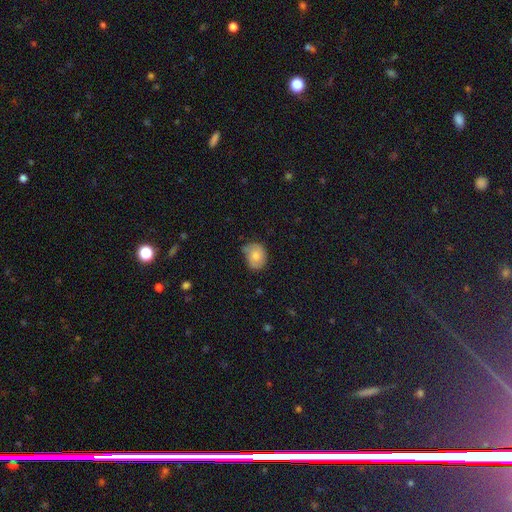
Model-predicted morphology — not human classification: type=smooth (73%); roundness=round (55%); merging=none (51%).